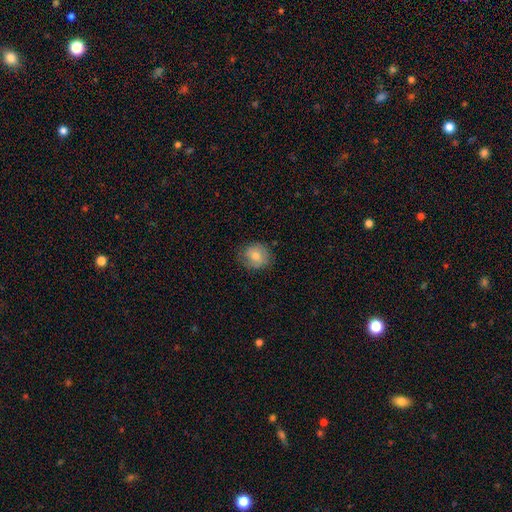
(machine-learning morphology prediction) Smooth or featured?
  - smooth: 68% *
  - featured or disk: 23%
  - star or artifact: 9%
How rounded?
  - round: 76% *
  - in between: 23%
  - cigar-shaped: 1%
Merging?
  - none: 75% *
  - minor disturbance: 19%
  - major disturbance: 5%
  - merger: 1%